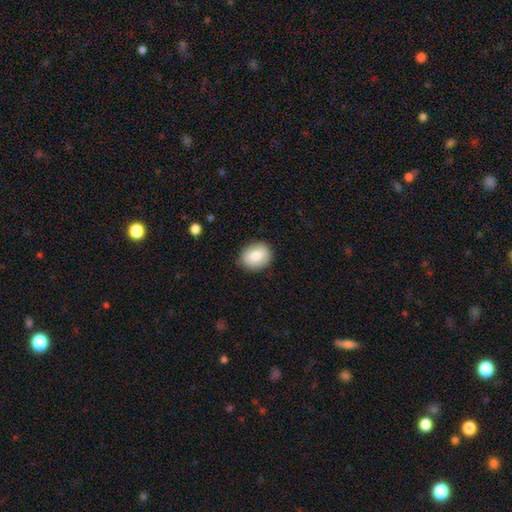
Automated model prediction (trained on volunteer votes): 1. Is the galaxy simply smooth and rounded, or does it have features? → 83% smooth, 10% featured or disk, 7% star or artifact.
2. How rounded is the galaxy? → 53% round, 46% in between, 1% cigar-shaped.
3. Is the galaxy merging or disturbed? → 87% none, 10% minor disturbance, 2% major disturbance, 1% merger.